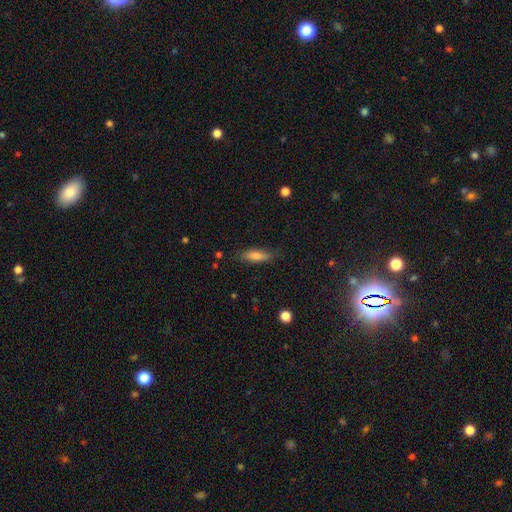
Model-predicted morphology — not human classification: Smooth or featured? Predicted: smooth (p=0.74). How rounded? Predicted: cigar-shaped (p=0.50). Merging? Predicted: none (p=0.81).